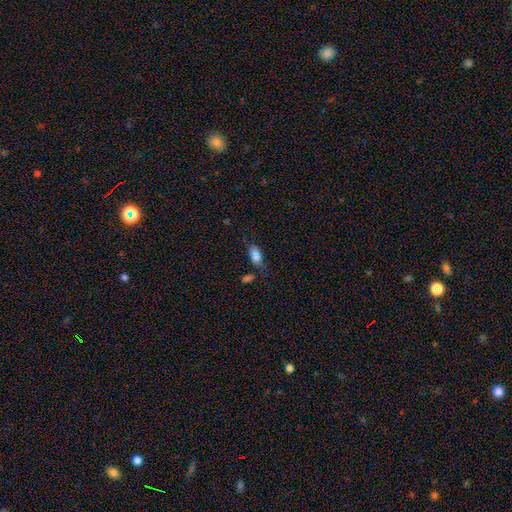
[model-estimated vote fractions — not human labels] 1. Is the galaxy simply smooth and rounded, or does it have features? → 68% smooth, 17% featured or disk, 15% star or artifact.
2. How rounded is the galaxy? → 82% in between, 12% cigar-shaped, 6% round.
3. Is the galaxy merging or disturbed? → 54% none, 21% minor disturbance, 16% merger, 9% major disturbance.